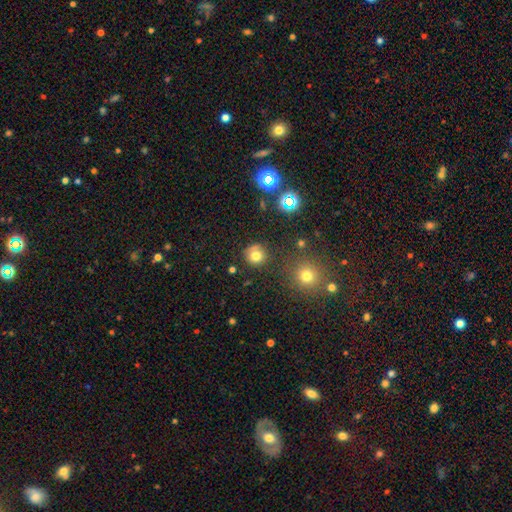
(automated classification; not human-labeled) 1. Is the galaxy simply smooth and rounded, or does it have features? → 74% smooth, 16% star or artifact, 10% featured or disk.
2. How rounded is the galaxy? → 89% round, 10% in between, 1% cigar-shaped.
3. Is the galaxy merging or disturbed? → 76% none, 14% minor disturbance, 5% major disturbance, 4% merger.